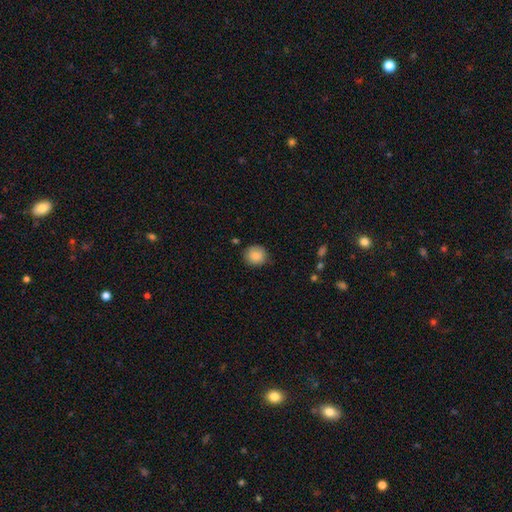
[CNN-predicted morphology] smooth_or_featured: smooth (p=0.87) [alt: star or artifact p=0.08]
how_rounded: round (p=0.86) [alt: in between p=0.13]
merging: none (p=0.83) [alt: minor disturbance p=0.13]